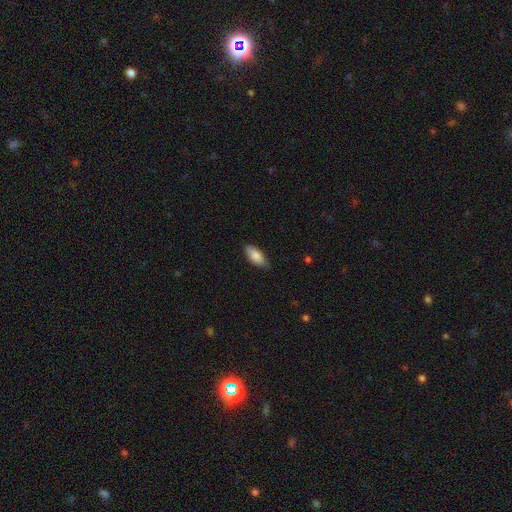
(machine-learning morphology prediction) This appears to be a smooth galaxy with no disk features (86%) that is in between round and cigar-shaped (86%). Merging: none (80%).